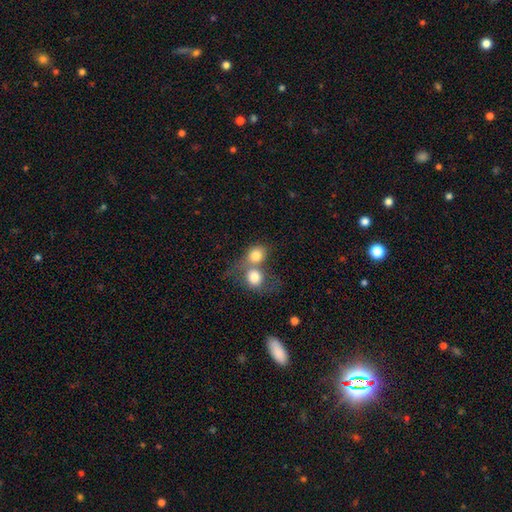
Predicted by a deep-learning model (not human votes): The model was most divided on "how rounded": round: 69%, in between: 30%, cigar-shaped: 1%. More confident: smooth or featured — smooth (79%); merging — merger (67%).